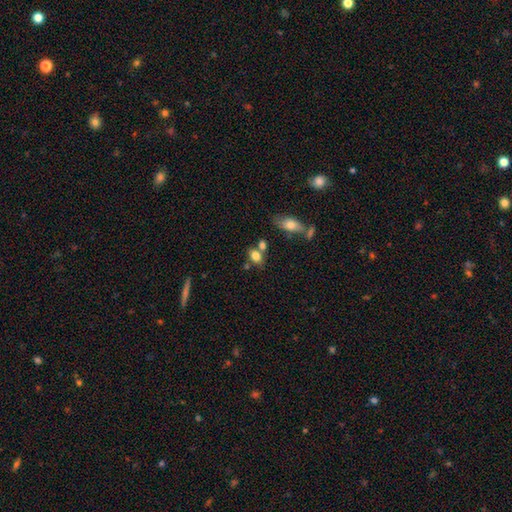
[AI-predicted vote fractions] Smooth or featured? smooth (79%)
How rounded? in between (74%)
Merging? none (52%)